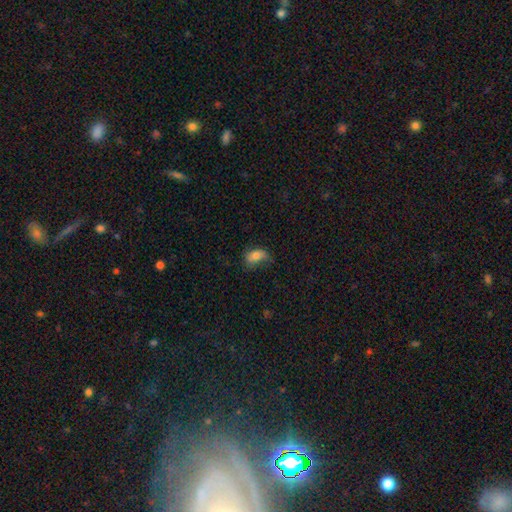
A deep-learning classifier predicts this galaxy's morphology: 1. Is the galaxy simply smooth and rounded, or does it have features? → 74% smooth, 17% featured or disk, 9% star or artifact.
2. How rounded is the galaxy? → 85% in between, 12% round, 3% cigar-shaped.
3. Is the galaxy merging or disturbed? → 52% none, 33% minor disturbance, 13% major disturbance, 2% merger.